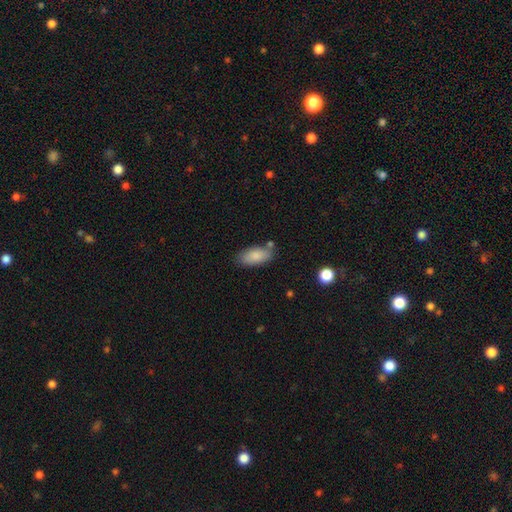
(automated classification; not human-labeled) The model was most divided on "merging": none: 71%, minor disturbance: 18%, merger: 7%, major disturbance: 4%. More confident: how rounded — in between (89%); smooth or featured — smooth (85%).